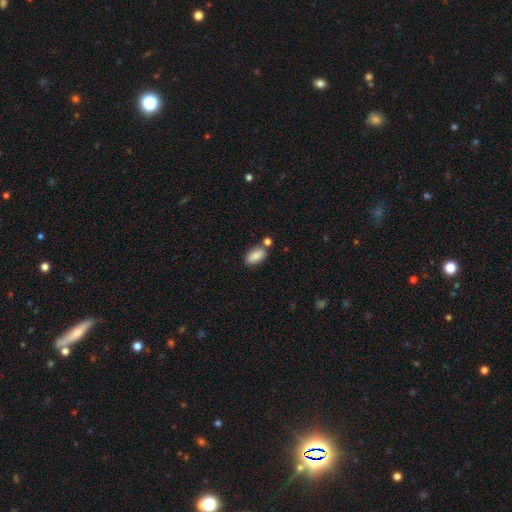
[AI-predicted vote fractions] This is clearly a smooth galaxy (85%). How rounded: clearly in between (92%). Merging: likely none (71%).